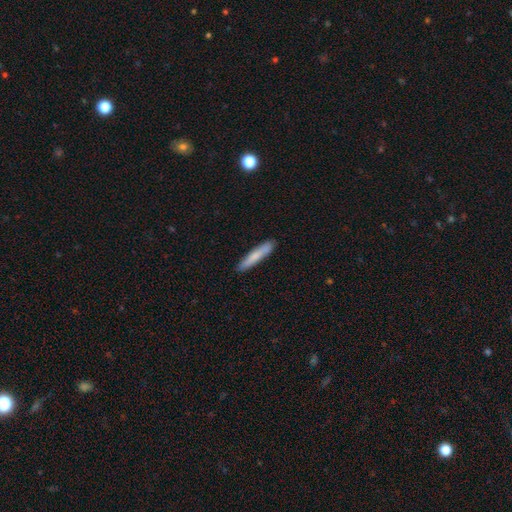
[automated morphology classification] Q: Smooth or featured?
A: smooth (77%); runner-up: featured or disk (17%)
Q: How rounded?
A: cigar-shaped (92%); runner-up: in between (7%)
Q: Merging?
A: none (89%); runner-up: minor disturbance (8%)